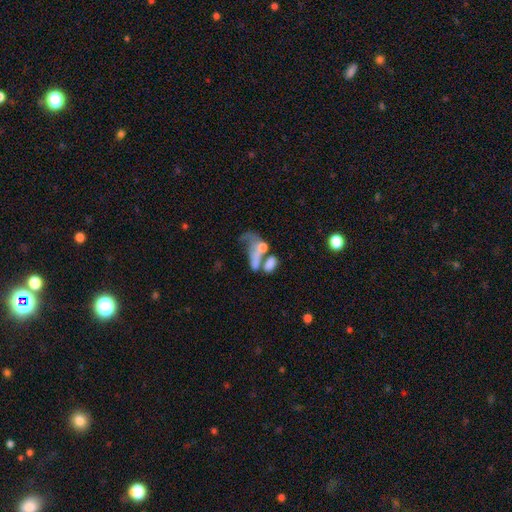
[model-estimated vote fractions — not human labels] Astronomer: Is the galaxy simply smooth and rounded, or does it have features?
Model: smooth — 54% (runner-up: featured or disk, 34%).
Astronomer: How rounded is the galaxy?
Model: in between — 78%.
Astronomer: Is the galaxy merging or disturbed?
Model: merger — 50% (runner-up: major disturbance, 29%).